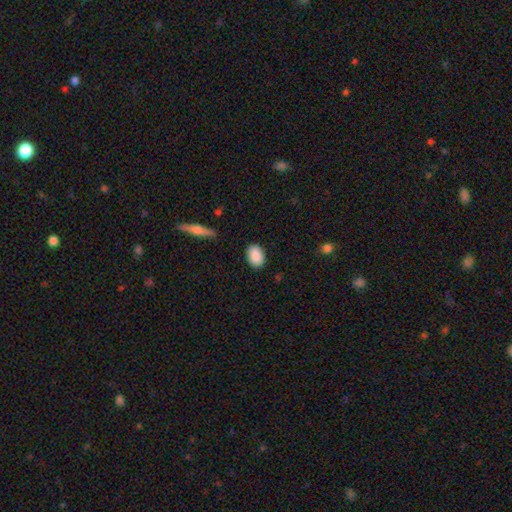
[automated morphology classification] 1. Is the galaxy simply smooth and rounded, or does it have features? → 89% smooth, 7% star or artifact, 4% featured or disk.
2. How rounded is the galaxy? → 81% in between, 17% round, 1% cigar-shaped.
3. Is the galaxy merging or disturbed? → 86% none, 11% minor disturbance, 3% major disturbance, 1% merger.